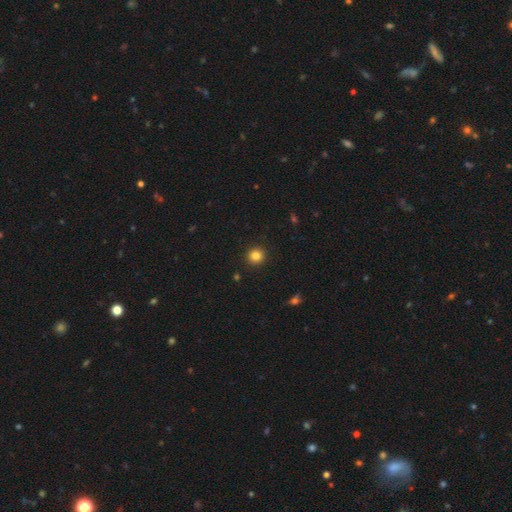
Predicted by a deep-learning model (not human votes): smooth-or-featured: smooth: 84% | star or artifact: 11% | featured or disk: 5%
  how-rounded: round: 92% | in between: 7% | cigar-shaped: 1%
  merging: none: 92% | minor disturbance: 5% | major disturbance: 2% | merger: 1%